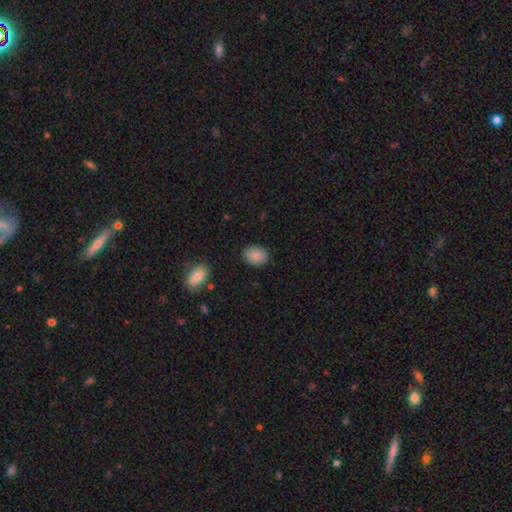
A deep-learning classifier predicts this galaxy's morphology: smooth 88%, star or artifact 8%, featured or disk 5%. Down the decision tree: how rounded — in between (74%); merging — none (86%).